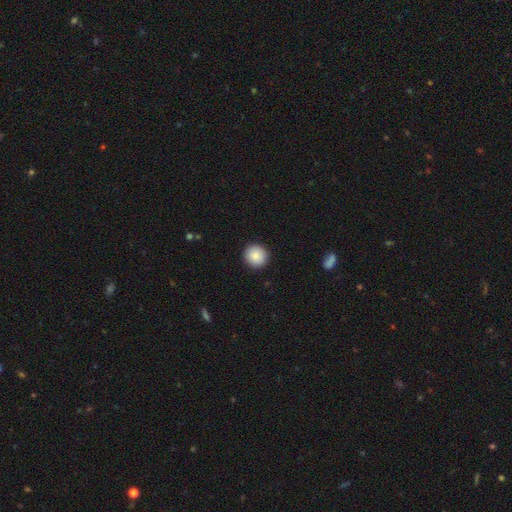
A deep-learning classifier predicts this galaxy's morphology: smooth 89%, star or artifact 7%, featured or disk 4%. Down the decision tree: how rounded — round (93%); merging — none (92%).